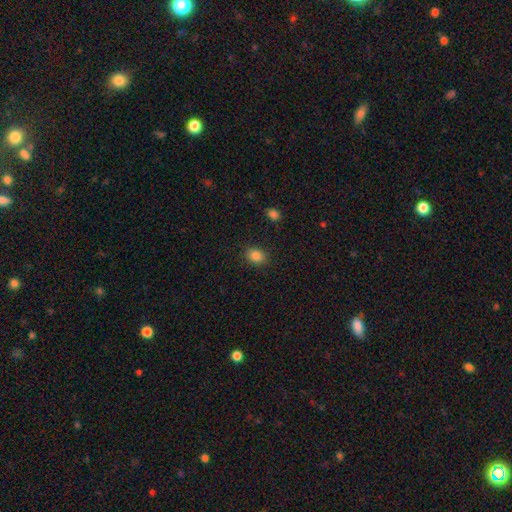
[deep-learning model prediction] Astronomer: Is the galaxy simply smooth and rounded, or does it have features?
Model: smooth — 86%.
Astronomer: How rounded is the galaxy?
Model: in between — 62% (runner-up: round, 37%).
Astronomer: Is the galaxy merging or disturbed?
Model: none — 86%.